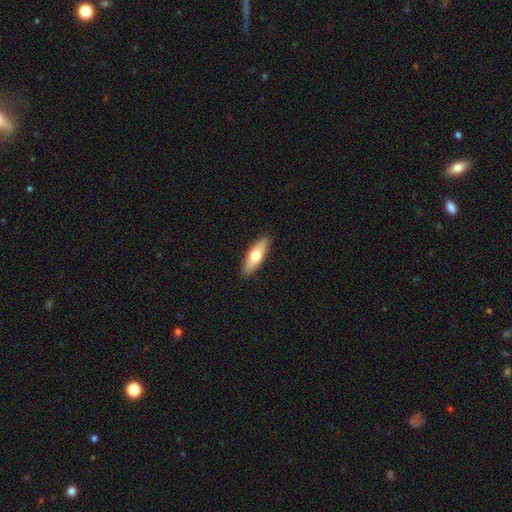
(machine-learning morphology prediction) Q: Smooth or featured?
A: smooth (65%); runner-up: featured or disk (29%)
Q: How rounded?
A: in between (55%); runner-up: cigar-shaped (43%)
Q: Merging?
A: none (90%); runner-up: minor disturbance (8%)